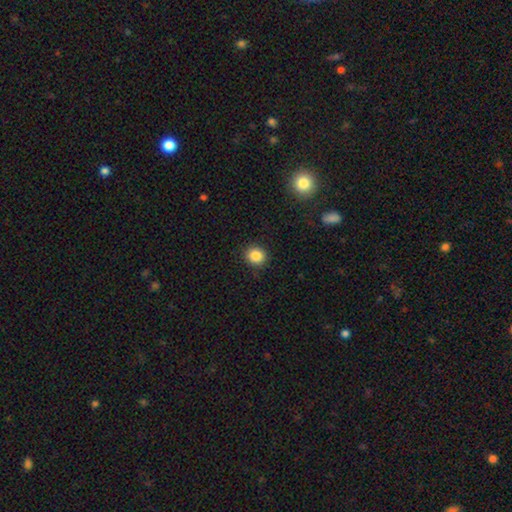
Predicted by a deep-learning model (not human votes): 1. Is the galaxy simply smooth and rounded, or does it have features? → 86% smooth, 10% star or artifact, 4% featured or disk.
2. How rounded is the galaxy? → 87% round, 13% in between, 1% cigar-shaped.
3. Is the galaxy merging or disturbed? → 91% none, 6% minor disturbance, 2% major disturbance, 1% merger.